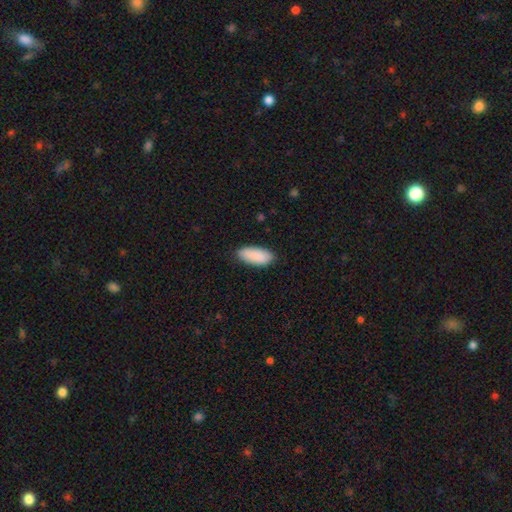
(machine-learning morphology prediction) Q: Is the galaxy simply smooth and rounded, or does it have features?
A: smooth — 90%.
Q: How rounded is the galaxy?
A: in between — 88%.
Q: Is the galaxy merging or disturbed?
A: none — 86%.